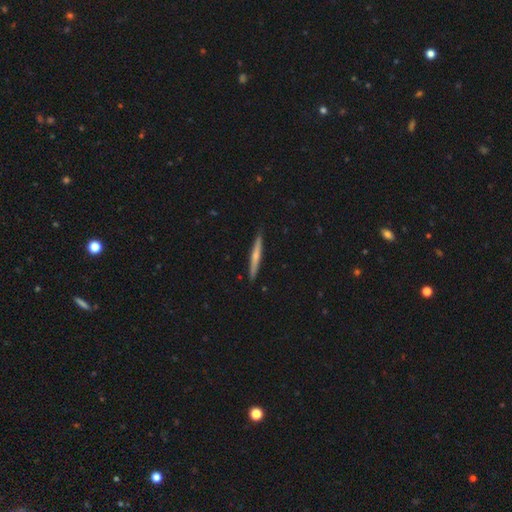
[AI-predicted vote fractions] This appears to be a smooth galaxy with no disk features (49%). Merging: none (90%).